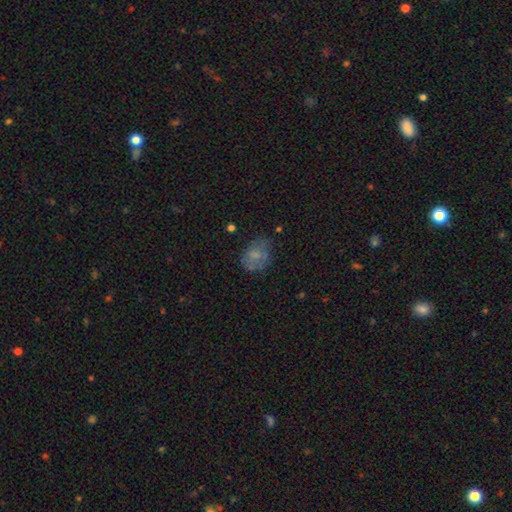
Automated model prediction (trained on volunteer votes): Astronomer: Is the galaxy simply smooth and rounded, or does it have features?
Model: smooth — 61%.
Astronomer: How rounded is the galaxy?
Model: in between — 58% (runner-up: round, 41%).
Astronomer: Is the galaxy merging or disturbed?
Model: none — 49% (runner-up: minor disturbance, 29%).